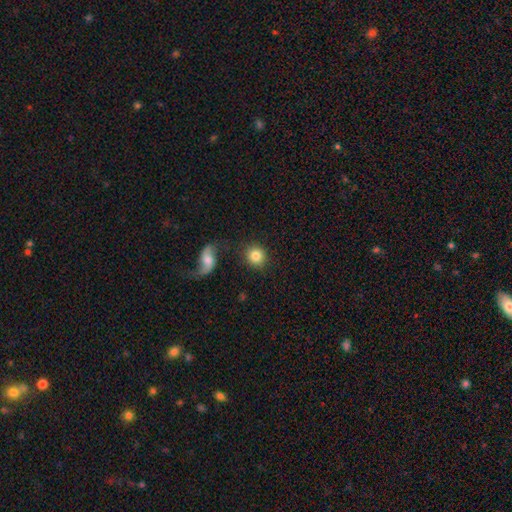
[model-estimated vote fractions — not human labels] smooth 83%, featured or disk 9%, star or artifact 8%. Down the decision tree: how rounded — round (89%); merging — none (80%).